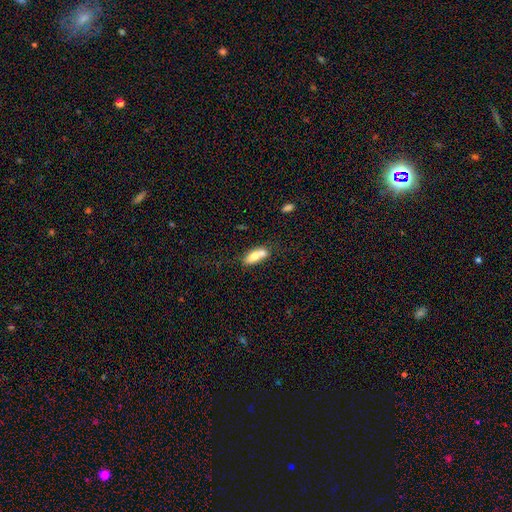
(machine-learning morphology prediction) Smooth or featured: smooth — 69% (featured or disk — 23%)
How rounded: in between — 73% (cigar-shaped — 23%)
Merging: merger — 39% (tied with none — 39%)